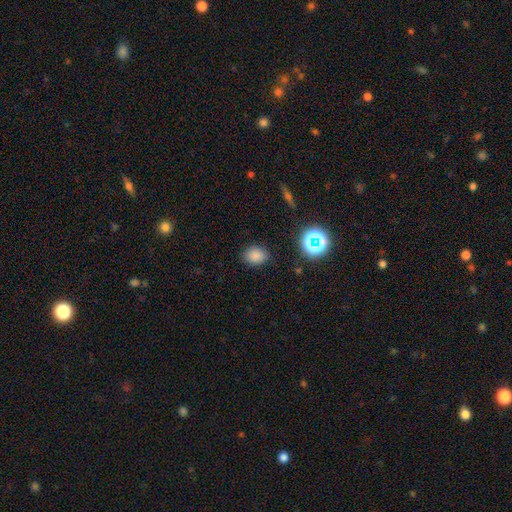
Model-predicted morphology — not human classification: Smooth or featured: smooth — 79% (star or artifact — 16%)
How rounded: in between — 58% (round — 41%)
Merging: none — 83% (minor disturbance — 12%)